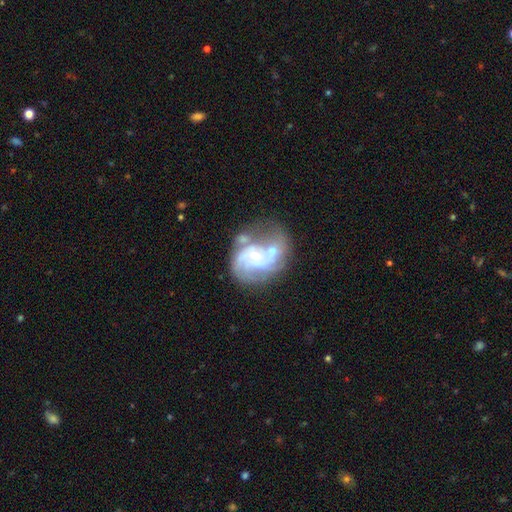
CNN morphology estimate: Q: Smooth or featured?
A: featured or disk (81%); runner-up: smooth (12%)
Q: Edge-on disk?
A: no (98%); runner-up: yes (2%)
Q: Bar?
A: no (67%); runner-up: weak (28%)
Q: Spiral arms?
A: yes (90%); runner-up: no (10%)
Q: Spiral winding?
A: medium (47%); runner-up: tight (32%)
Q: Spiral arm count?
A: 2 (34%); runner-up: 3 (27%)
Q: Bulge size?
A: small (64%); runner-up: moderate (28%)
Q: Merging?
A: none (34%); runner-up: merger (26%)